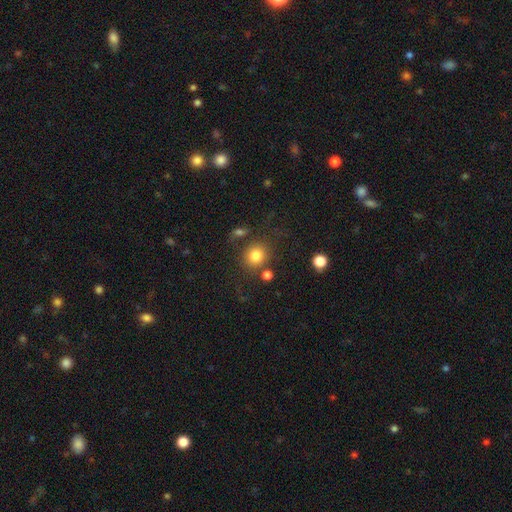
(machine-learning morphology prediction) smooth_or_featured: smooth (p=0.81) [alt: star or artifact p=0.12]
how_rounded: round (p=0.82) [alt: in between p=0.17]
merging: none (p=0.72) [alt: minor disturbance p=0.12]